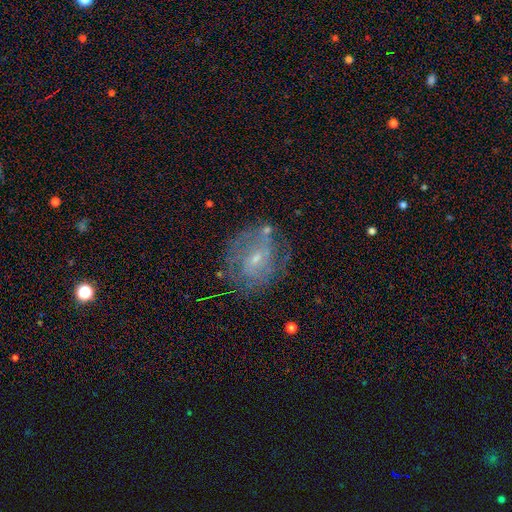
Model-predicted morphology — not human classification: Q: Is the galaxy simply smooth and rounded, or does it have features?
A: featured or disk — 63%.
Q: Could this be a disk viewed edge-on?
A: no — 96%.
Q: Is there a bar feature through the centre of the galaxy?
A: no — 44%, tied with weak.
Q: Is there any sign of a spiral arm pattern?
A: yes — 73%.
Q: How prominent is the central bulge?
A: small — 70%.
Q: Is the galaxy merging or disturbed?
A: none — 70%.